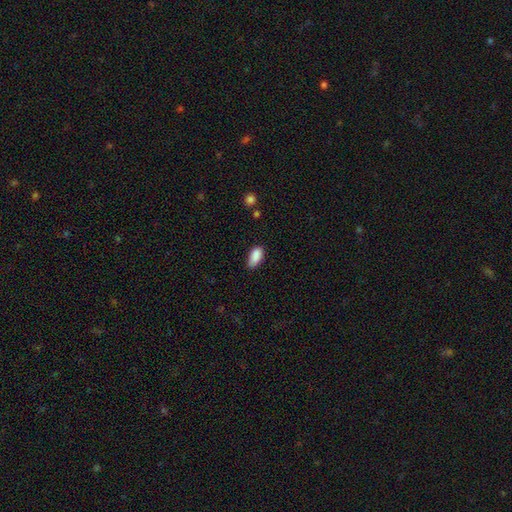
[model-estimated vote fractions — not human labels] This appears to be a smooth galaxy with no disk features (88%) that is in between round and cigar-shaped (90%). Merging: none (64%).